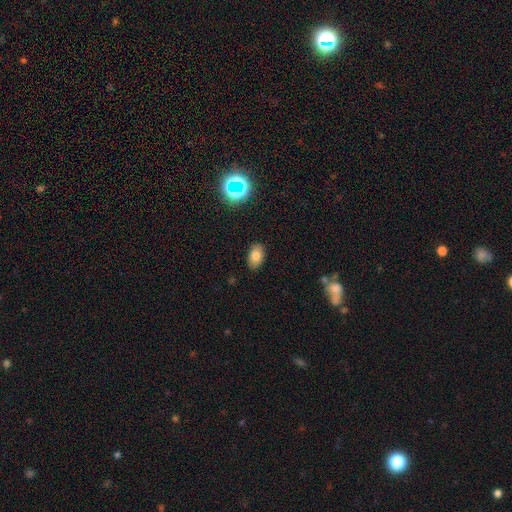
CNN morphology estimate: Smooth or featured? smooth (75%)
How rounded? in between (87%)
Merging? none (87%)